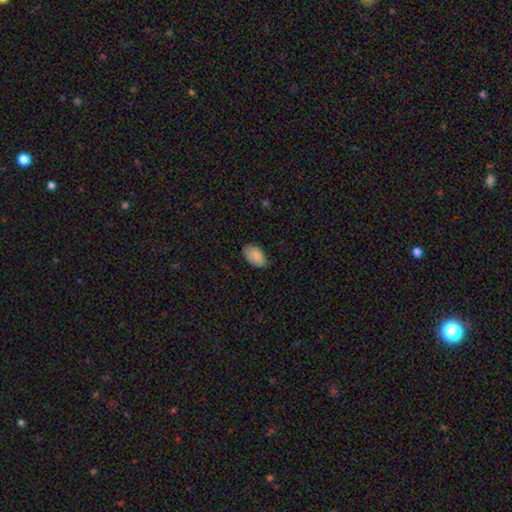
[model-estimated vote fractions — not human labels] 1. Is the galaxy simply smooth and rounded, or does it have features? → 88% smooth, 6% star or artifact, 5% featured or disk.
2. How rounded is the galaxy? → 93% in between, 6% round, 1% cigar-shaped.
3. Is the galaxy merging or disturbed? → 77% none, 19% minor disturbance, 3% major disturbance, 1% merger.